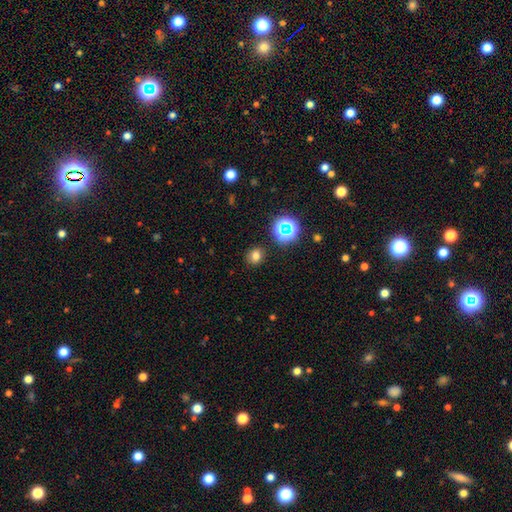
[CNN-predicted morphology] smooth 72%, star or artifact 21%, featured or disk 7%. Down the decision tree: how rounded — round (71%); merging — none (87%).